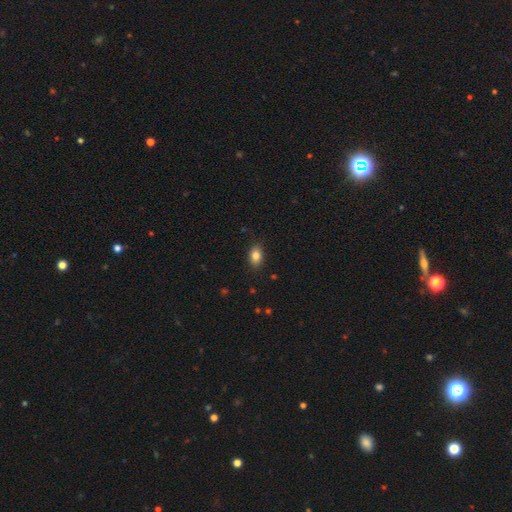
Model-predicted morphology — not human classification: type=smooth (83%); roundness=in between (82%); merging=none (87%).